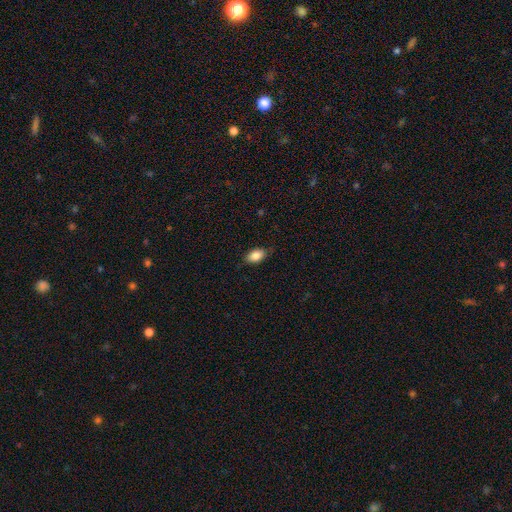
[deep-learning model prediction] Smooth or featured? Predicted: smooth (p=0.86). How rounded? Predicted: in between (p=0.89). Merging? Predicted: none (p=0.80).